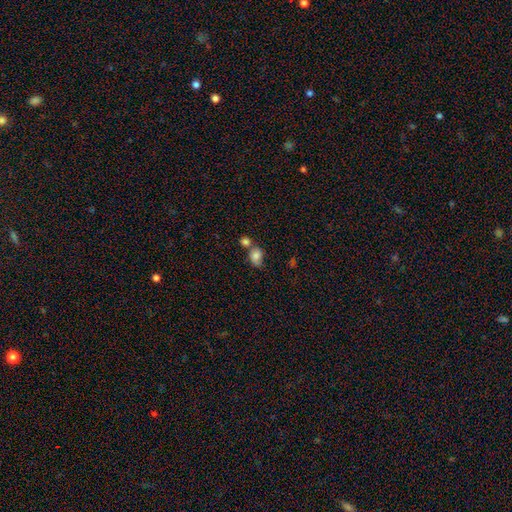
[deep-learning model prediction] A smooth galaxy with no disk features (79%) that is in between round and cigar-shaped (58%).

Vote fractions:
- Smooth or featured? smooth: 79% / featured or disk: 11% / star or artifact: 10%
- How rounded? in between: 58% / round: 40% / cigar-shaped: 1%
- Merging? merger: 39% (tied) / none: 39% (tied) / minor disturbance: 15% / major disturbance: 6%